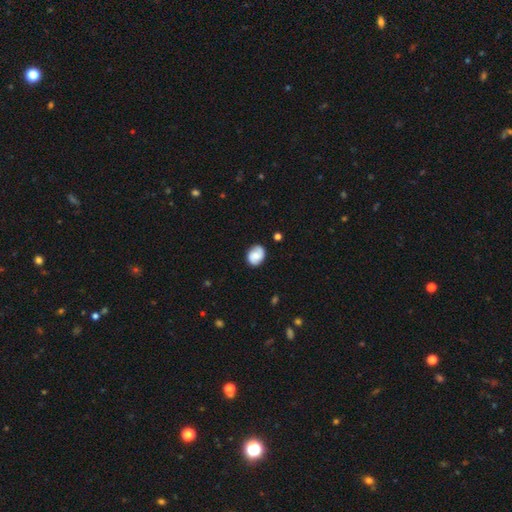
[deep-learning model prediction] Smooth or featured: smooth — 58% (featured or disk — 34%)
How rounded: in between — 54% (round — 45%)
Merging: none — 76% (minor disturbance — 18%)